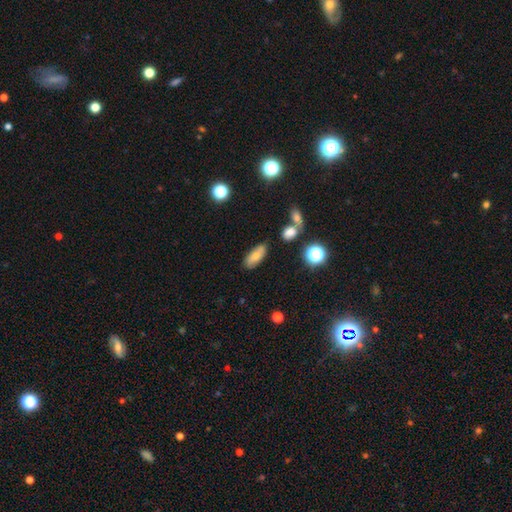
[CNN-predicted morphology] smooth-or-featured: smooth: 72% | featured or disk: 19% | star or artifact: 10%
  how-rounded: in between: 78% | cigar-shaped: 18% | round: 4%
  merging: none: 79% | minor disturbance: 14% | merger: 4% | major disturbance: 3%